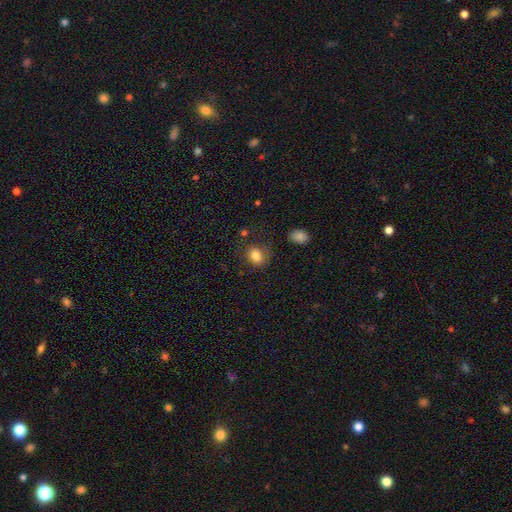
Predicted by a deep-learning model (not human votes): Smooth or featured? smooth (83%)
How rounded? in between (58%)
Merging? none (72%)